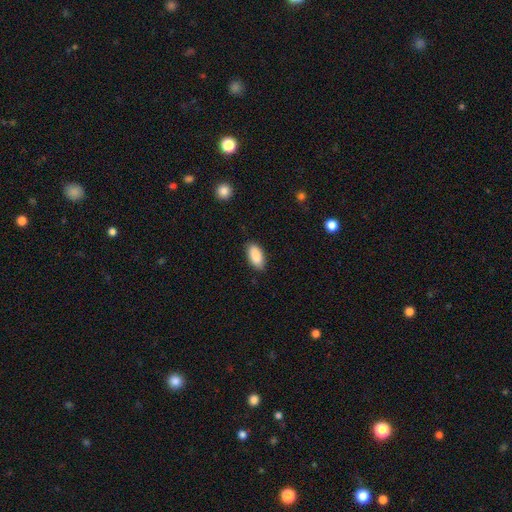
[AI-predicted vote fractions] Smooth or featured: smooth — 89% (star or artifact — 6%)
How rounded: in between — 92% (cigar-shaped — 6%)
Merging: none — 85% (minor disturbance — 11%)